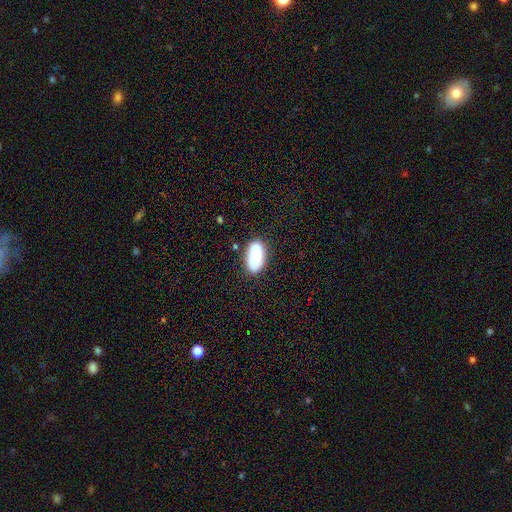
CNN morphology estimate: This appears to be a smooth galaxy with no disk features (72%) that is in between round and cigar-shaped (93%). Merging: none (78%).